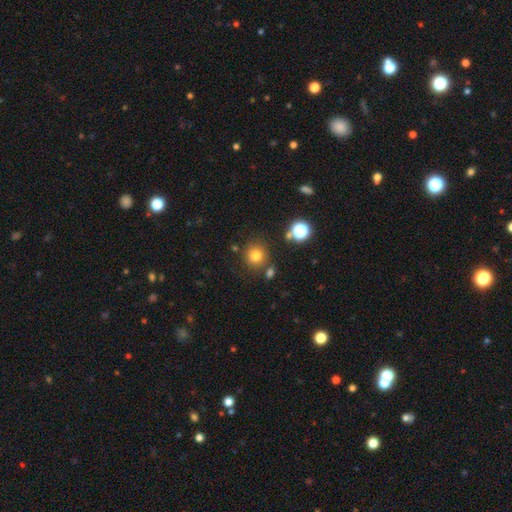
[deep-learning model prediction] Smooth or featured? smooth (78%)
How rounded? round (91%)
Merging? none (80%)